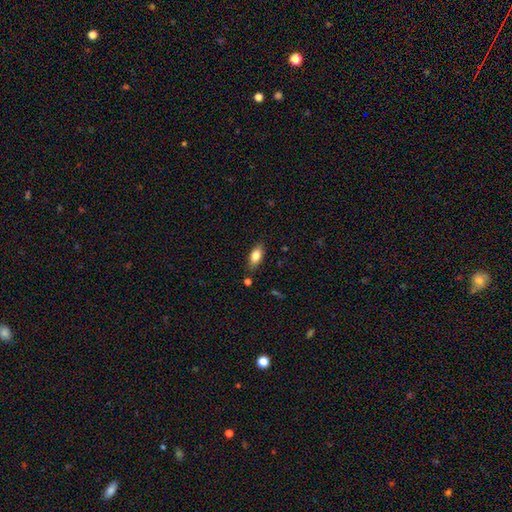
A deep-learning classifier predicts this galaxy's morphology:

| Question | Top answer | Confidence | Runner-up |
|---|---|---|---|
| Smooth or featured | smooth | 80% | featured or disk (13%) |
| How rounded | in between | 86% | cigar-shaped (10%) |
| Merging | none | 80% | minor disturbance (14%) |